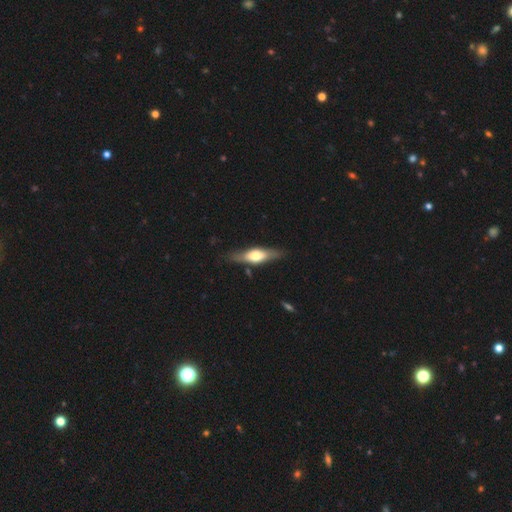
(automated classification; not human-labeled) The model was most divided on "smooth or featured": featured or disk: 54%, smooth: 41%, star or artifact: 5%. More confident: edge-on disk — yes (87%); merging — none (82%).